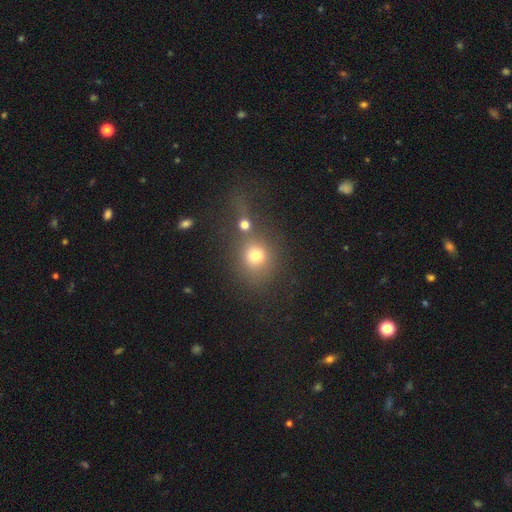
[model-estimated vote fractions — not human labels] Q: Smooth or featured?
A: smooth (73%); runner-up: star or artifact (17%)
Q: How rounded?
A: round (80%); runner-up: in between (19%)
Q: Merging?
A: none (51%); runner-up: merger (31%)